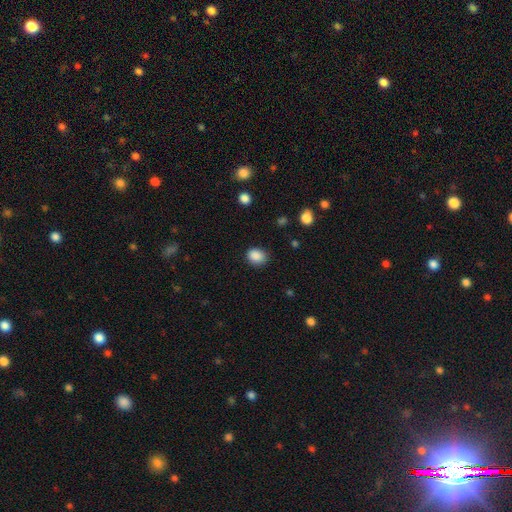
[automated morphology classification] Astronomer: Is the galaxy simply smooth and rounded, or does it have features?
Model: smooth — 88%.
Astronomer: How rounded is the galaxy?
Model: round — 54% (runner-up: in between, 45%).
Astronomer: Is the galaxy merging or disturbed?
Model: none — 82%.